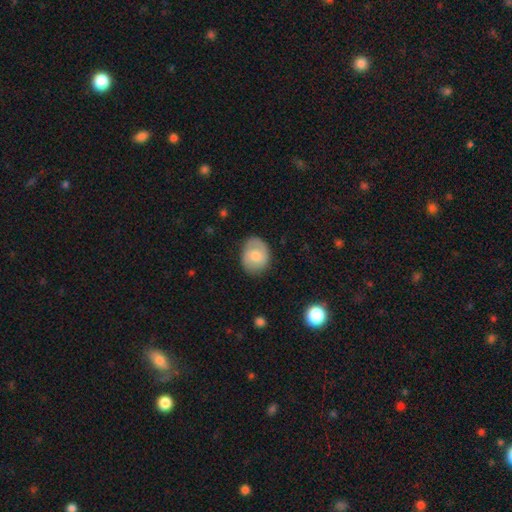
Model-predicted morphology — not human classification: smooth_or_featured: smooth (p=0.65) [alt: featured or disk p=0.29]
how_rounded: in between (p=0.55) [alt: round p=0.44]
merging: none (p=0.75) [alt: minor disturbance p=0.19]